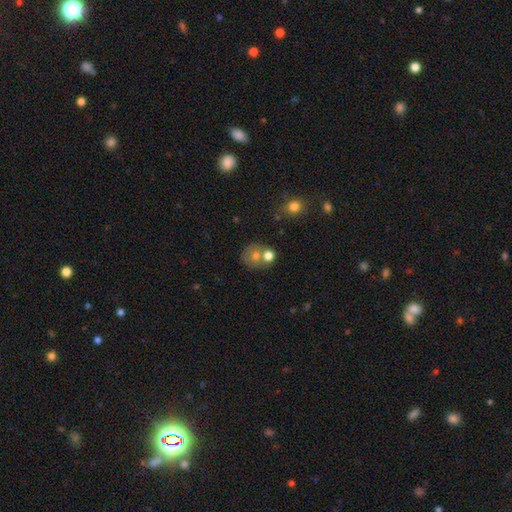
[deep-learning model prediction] smooth_or_featured: smooth (p=0.64) [alt: featured or disk p=0.23]
how_rounded: round (p=0.78) [alt: in between p=0.21]
merging: none (p=0.48) [alt: merger p=0.34]